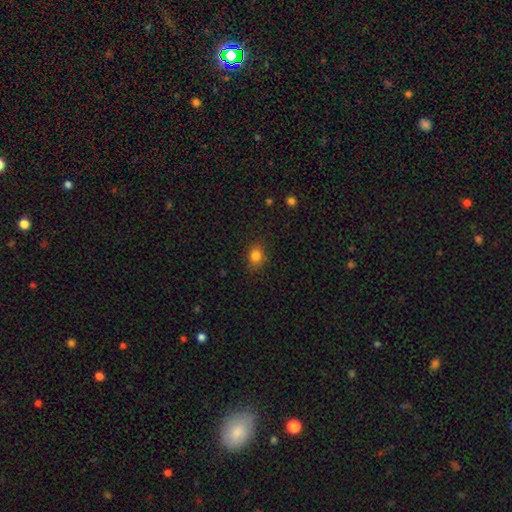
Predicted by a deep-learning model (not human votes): The model was most divided on "how rounded": in between: 51%, round: 47%, cigar-shaped: 1%. More confident: smooth or featured — smooth (82%); merging — none (81%).